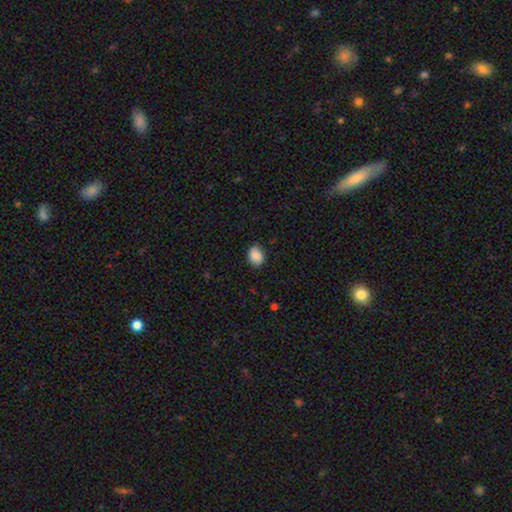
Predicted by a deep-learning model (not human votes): Smooth or featured?
  - smooth: 89% *
  - star or artifact: 7%
  - featured or disk: 4%
How rounded?
  - in between: 66% *
  - round: 33%
  - cigar-shaped: 1%
Merging?
  - none: 85% *
  - minor disturbance: 12%
  - major disturbance: 2%
  - merger: 1%